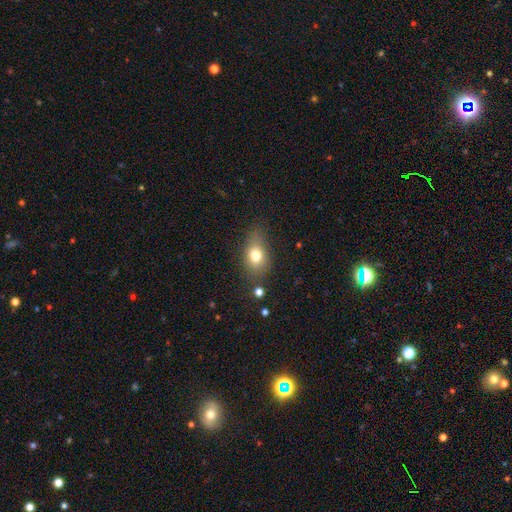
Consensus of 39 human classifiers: Smooth or featured: smooth — 82% (featured or disk — 13%)
How rounded: in between — 75% (round — 19%)
Merging: none — 73% (minor disturbance — 19%)